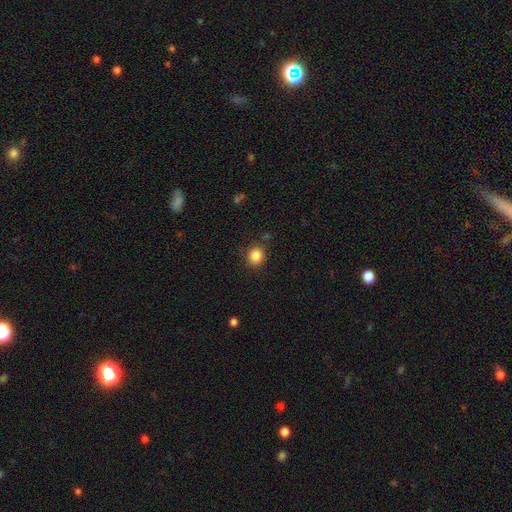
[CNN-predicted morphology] Smooth or featured?
  - smooth: 84% *
  - star or artifact: 11%
  - featured or disk: 5%
How rounded?
  - round: 83% *
  - in between: 16%
  - cigar-shaped: 1%
Merging?
  - none: 86% *
  - minor disturbance: 9%
  - major disturbance: 3%
  - merger: 2%